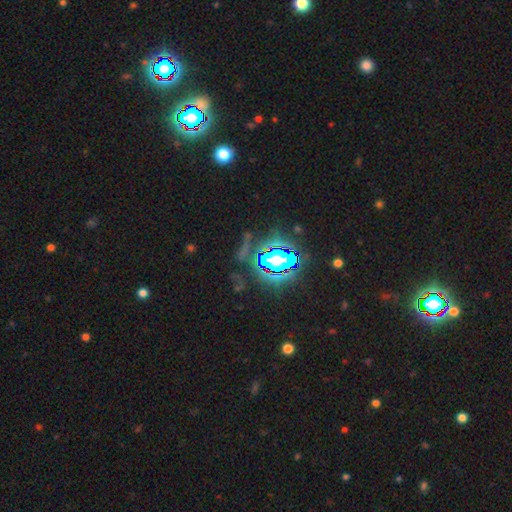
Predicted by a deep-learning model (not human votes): Smooth or featured? star or artifact (84%)